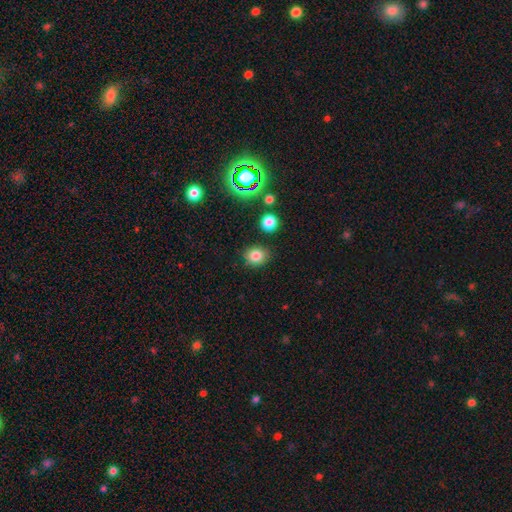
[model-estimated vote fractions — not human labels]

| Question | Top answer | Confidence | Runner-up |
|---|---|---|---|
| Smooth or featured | smooth | 80% | star or artifact (14%) |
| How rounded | round | 73% | in between (26%) |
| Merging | none | 85% | minor disturbance (9%) |